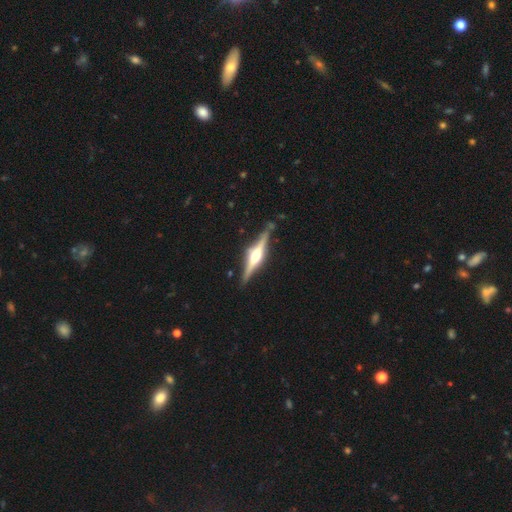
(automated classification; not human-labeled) A featured or disk galaxy (82%) viewed edge-on (98%) with a rounded central bulge (92%). Merging: none (85%).